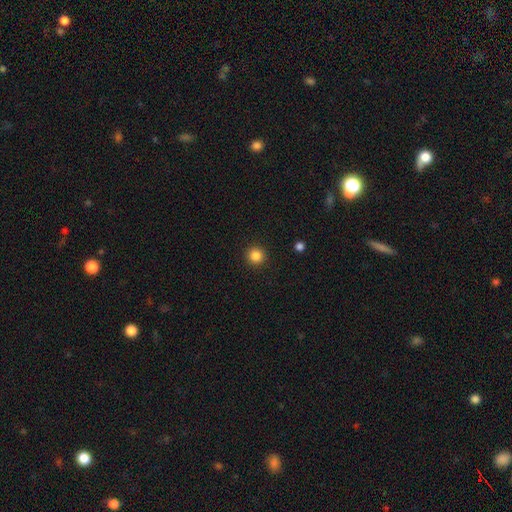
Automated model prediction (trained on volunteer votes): A smooth galaxy with no disk features (85%) that is round (95%).

Vote fractions:
- Smooth or featured? smooth: 85% / star or artifact: 11% / featured or disk: 4%
- How rounded? round: 95% / in between: 4% / cigar-shaped: 1%
- Merging? none: 93% / minor disturbance: 5% / major disturbance: 2% / merger: 1%